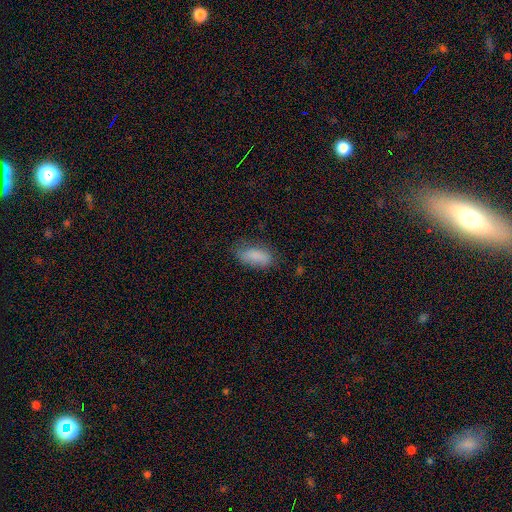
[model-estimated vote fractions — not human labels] Morphology: type=smooth (84%); roundness=in between (88%); merging=none (64%).